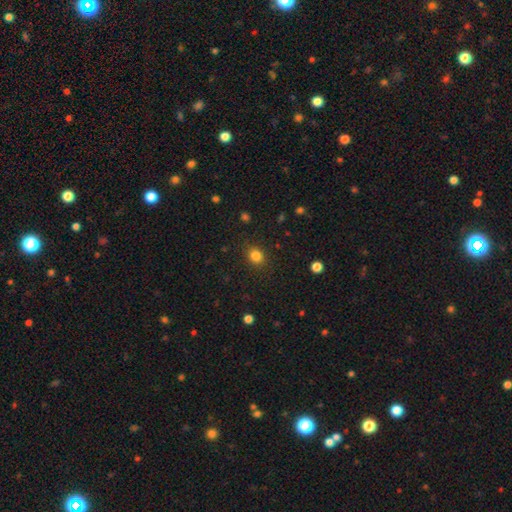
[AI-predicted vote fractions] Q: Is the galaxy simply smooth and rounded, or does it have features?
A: smooth — 84%.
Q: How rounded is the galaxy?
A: round — 63%.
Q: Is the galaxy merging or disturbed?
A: none — 87%.